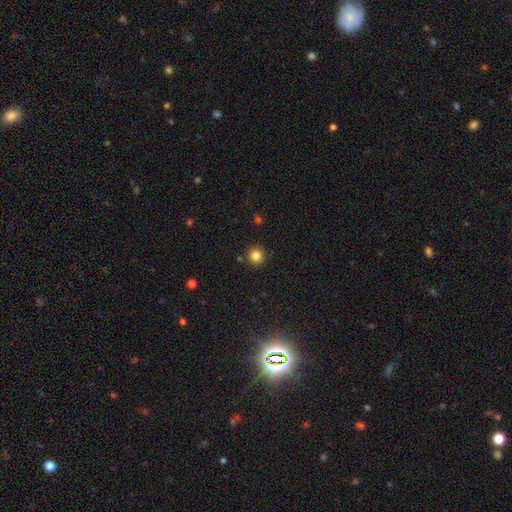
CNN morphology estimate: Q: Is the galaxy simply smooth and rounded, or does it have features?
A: smooth — 83%.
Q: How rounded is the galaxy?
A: round — 94%.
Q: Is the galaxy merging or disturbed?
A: none — 90%.